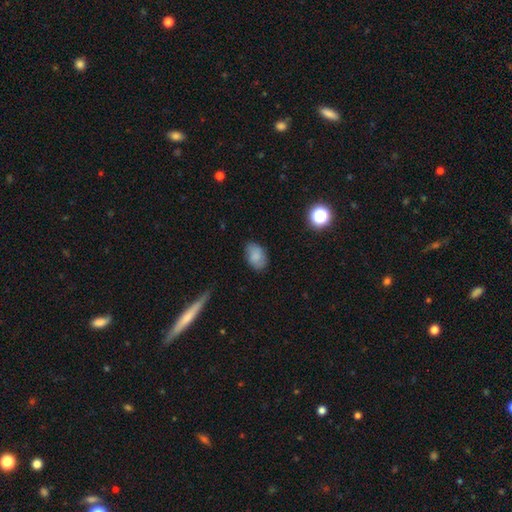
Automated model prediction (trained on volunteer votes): Smooth or featured? Predicted: smooth (p=0.80). How rounded? Predicted: in between (p=0.85). Merging? Predicted: none (p=0.75).